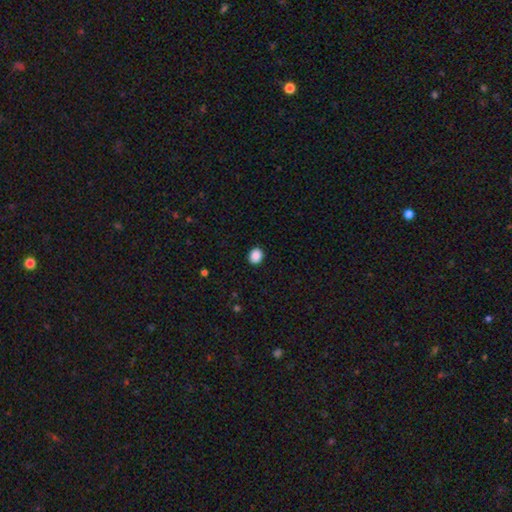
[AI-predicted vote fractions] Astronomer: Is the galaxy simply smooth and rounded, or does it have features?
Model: smooth — 89%.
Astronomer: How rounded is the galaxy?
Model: round — 55% (runner-up: in between, 44%).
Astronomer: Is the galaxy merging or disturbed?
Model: none — 91%.